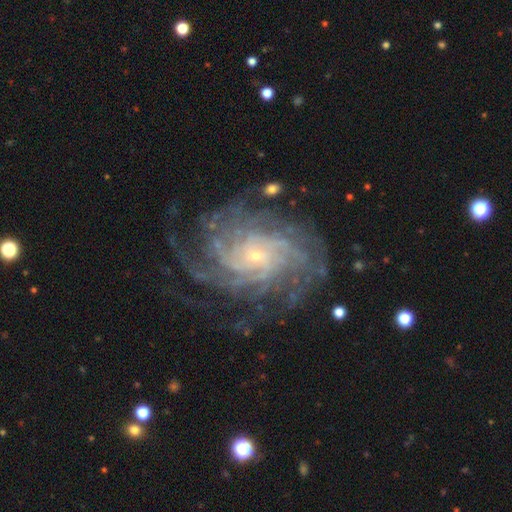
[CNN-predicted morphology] Q: Smooth or featured?
A: featured or disk (91%); runner-up: star or artifact (5%)
Q: Edge-on disk?
A: no (98%); runner-up: yes (2%)
Q: Bar?
A: no (74%); runner-up: weak (20%)
Q: Spiral arms?
A: yes (98%); runner-up: no (2%)
Q: Spiral winding?
A: tight (68%); runner-up: medium (26%)
Q: Spiral arm count?
A: more than 4 (35%); runner-up: 4 (23%)
Q: Bulge size?
A: small (85%); runner-up: moderate (11%)
Q: Merging?
A: none (75%); runner-up: minor disturbance (15%)